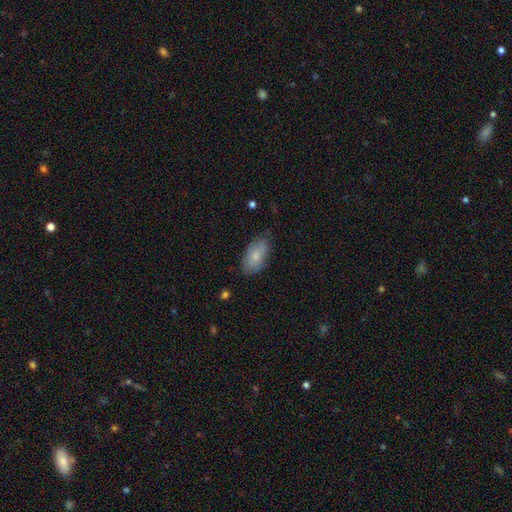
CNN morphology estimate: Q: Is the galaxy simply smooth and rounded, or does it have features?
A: smooth — 75%.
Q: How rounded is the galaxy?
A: in between — 93%.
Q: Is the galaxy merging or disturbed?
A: none — 75%.